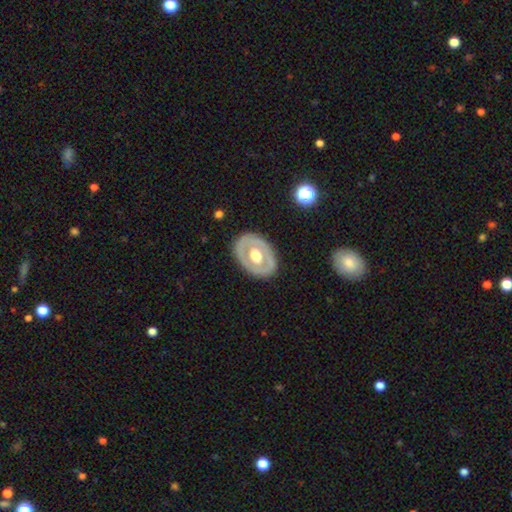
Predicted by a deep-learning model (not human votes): This is possibly a featured or disk galaxy (59%). It is clearly not viewed edge-on (92%). Bar: clearly no (84%). Spiral arm pattern: clearly no (90%). Central bulge: possibly moderate (57%). Merging: clearly none (82%).